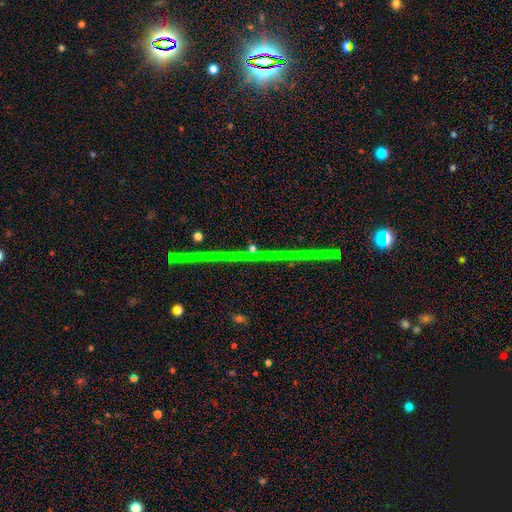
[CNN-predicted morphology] Overall: star or artifact (69%).